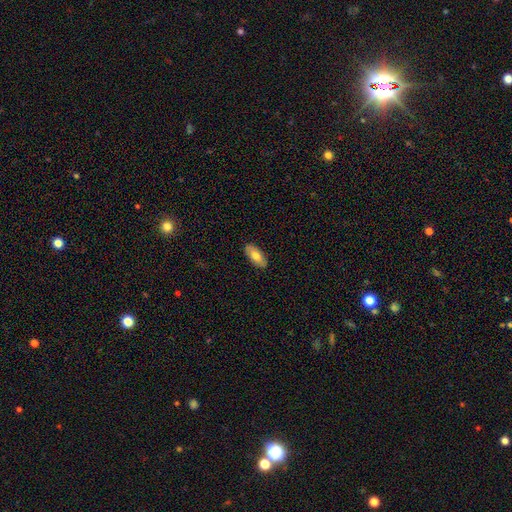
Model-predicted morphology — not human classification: Smooth or featured?
  - smooth: 72% *
  - featured or disk: 22%
  - star or artifact: 6%
How rounded?
  - in between: 90% *
  - cigar-shaped: 8%
  - round: 2%
Merging?
  - none: 88% *
  - minor disturbance: 9%
  - major disturbance: 2%
  - merger: 1%